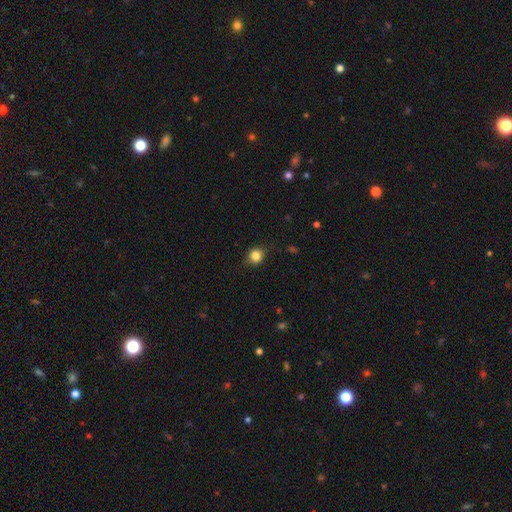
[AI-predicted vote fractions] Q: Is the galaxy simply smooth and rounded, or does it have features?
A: smooth — 83%.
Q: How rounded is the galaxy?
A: round — 78%.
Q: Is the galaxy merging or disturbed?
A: none — 82%.